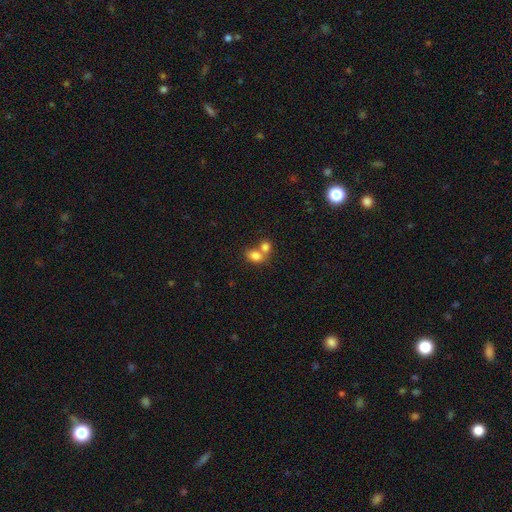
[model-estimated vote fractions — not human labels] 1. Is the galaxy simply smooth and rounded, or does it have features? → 80% smooth, 10% star or artifact, 10% featured or disk.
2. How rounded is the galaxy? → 68% in between, 30% round, 2% cigar-shaped.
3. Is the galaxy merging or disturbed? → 57% merger, 32% none, 7% minor disturbance, 3% major disturbance.